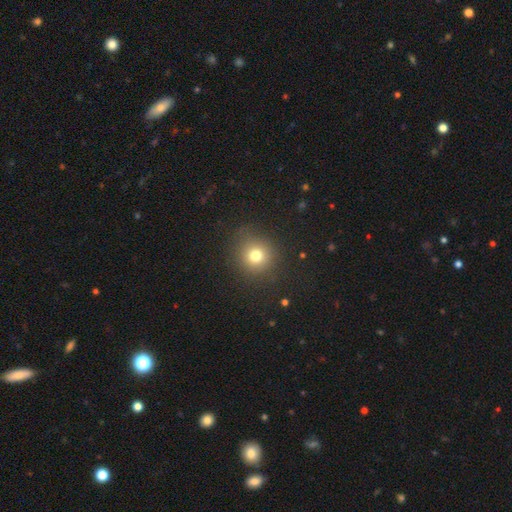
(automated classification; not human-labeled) Smooth or featured? Predicted: smooth (p=0.75). How rounded? Predicted: round (p=0.90). Merging? Predicted: none (p=0.86).